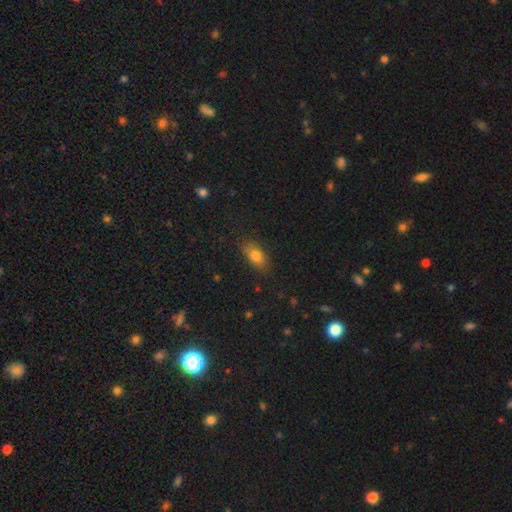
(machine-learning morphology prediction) Q: Smooth or featured?
A: smooth (78%); runner-up: featured or disk (12%)
Q: How rounded?
A: in between (82%); runner-up: round (10%)
Q: Merging?
A: none (82%); runner-up: minor disturbance (14%)